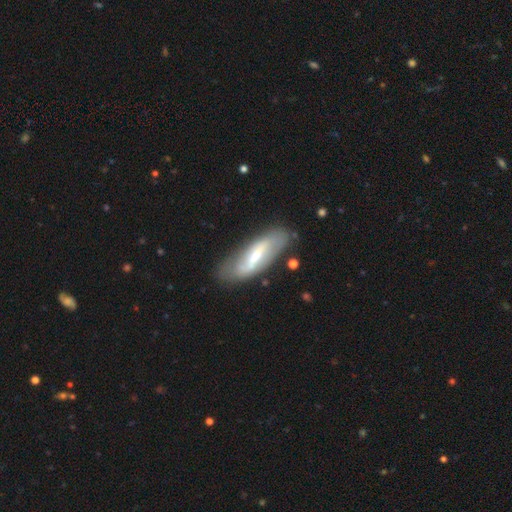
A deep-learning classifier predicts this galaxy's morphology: smooth_or_featured: featured or disk (p=0.62) [alt: smooth p=0.32]
disk_edge_on: no (p=0.79) [alt: yes p=0.21]
merging: none (p=0.73) [alt: minor disturbance p=0.18]